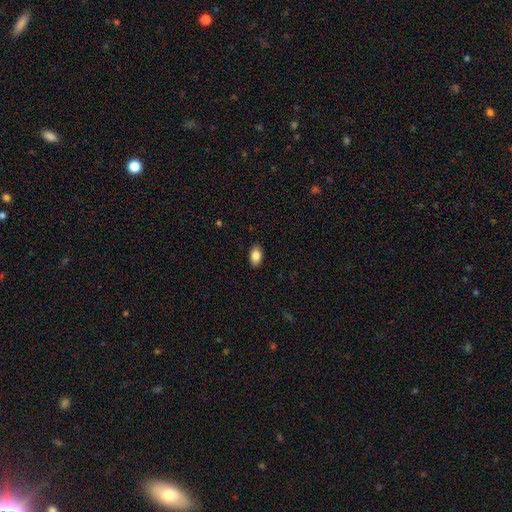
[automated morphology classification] smooth-or-featured: smooth: 87% | star or artifact: 8% | featured or disk: 6%
  how-rounded: in between: 90% | round: 9% | cigar-shaped: 1%
  merging: none: 89% | minor disturbance: 8% | major disturbance: 2% | merger: 1%